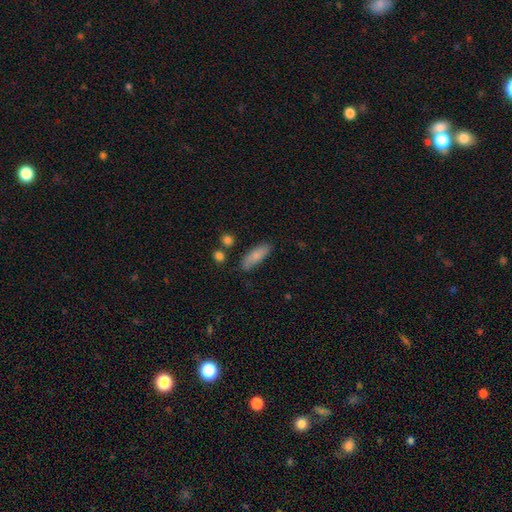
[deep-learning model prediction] Smooth or featured: smooth — 81% (featured or disk — 12%)
How rounded: in between — 56% (cigar-shaped — 42%)
Merging: none — 78% (minor disturbance — 15%)